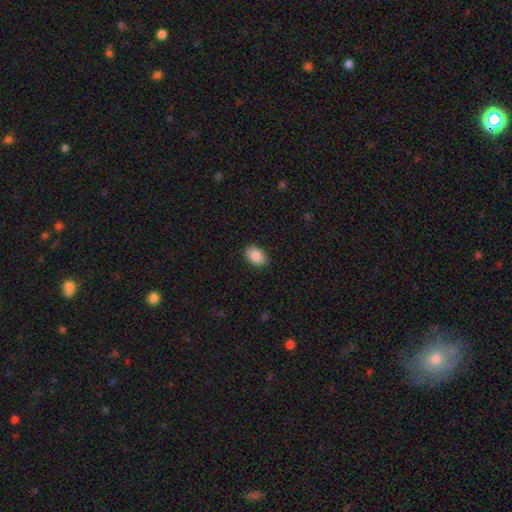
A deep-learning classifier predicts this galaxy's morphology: This appears to be a smooth galaxy with no disk features (87%) that is in between round and cigar-shaped (80%). Merging: none (87%).